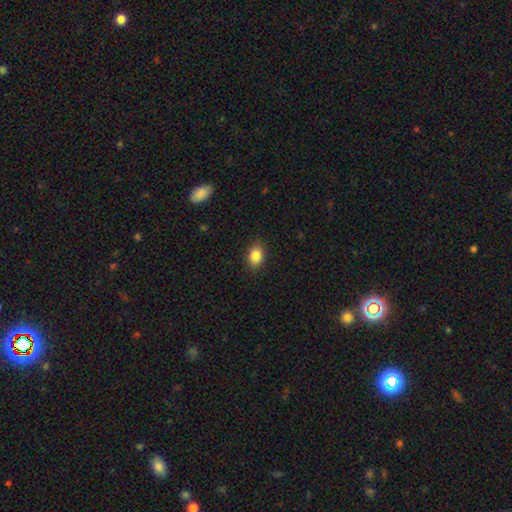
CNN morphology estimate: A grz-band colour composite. It shows a smooth galaxy with no disk features (86%) that is in between round and cigar-shaped (66%). Merging: none (88%).